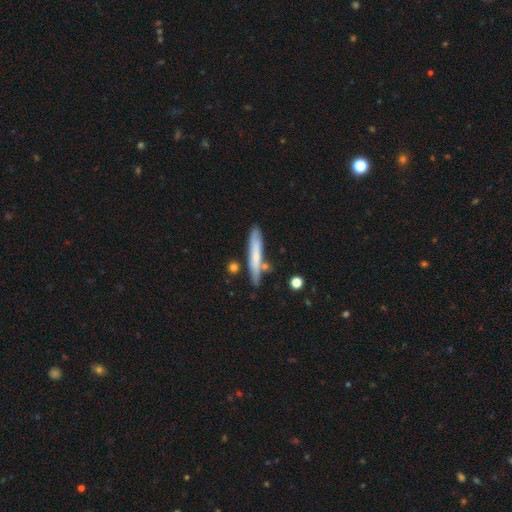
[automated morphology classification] A smooth galaxy with no disk features (61%) that is cigar-shaped (93%).

Vote fractions:
- Smooth or featured? smooth: 61% / featured or disk: 33% / star or artifact: 6%
- How rounded? cigar-shaped: 93% / in between: 6% / round: 2%
- Merging? none: 73% / minor disturbance: 16% / merger: 7% / major disturbance: 3%